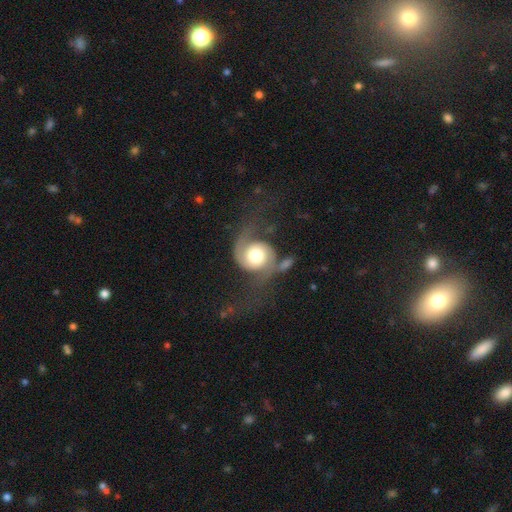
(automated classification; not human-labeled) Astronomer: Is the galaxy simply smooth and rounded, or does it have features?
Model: featured or disk — 80%.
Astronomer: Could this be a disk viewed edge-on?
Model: no — 98%.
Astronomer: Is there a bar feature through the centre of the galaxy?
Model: no — 73%.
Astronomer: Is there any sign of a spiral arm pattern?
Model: yes — 95%.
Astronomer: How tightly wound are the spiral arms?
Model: loose — 44% (runner-up: medium, 40%).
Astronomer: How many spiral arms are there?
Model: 2 — 89%.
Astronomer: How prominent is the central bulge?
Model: moderate — 53% (runner-up: large, 33%).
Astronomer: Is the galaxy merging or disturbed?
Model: none — 49%.